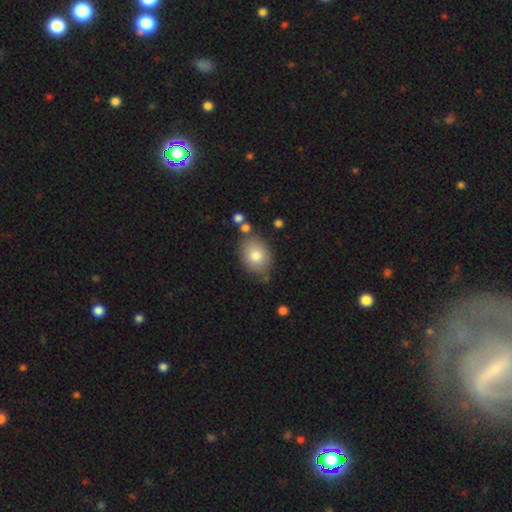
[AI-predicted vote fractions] smooth-or-featured: smooth: 79% | featured or disk: 12% | star or artifact: 9%
  how-rounded: in between: 67% | round: 32% | cigar-shaped: 1%
  merging: none: 75% | minor disturbance: 15% | merger: 6% | major disturbance: 4%